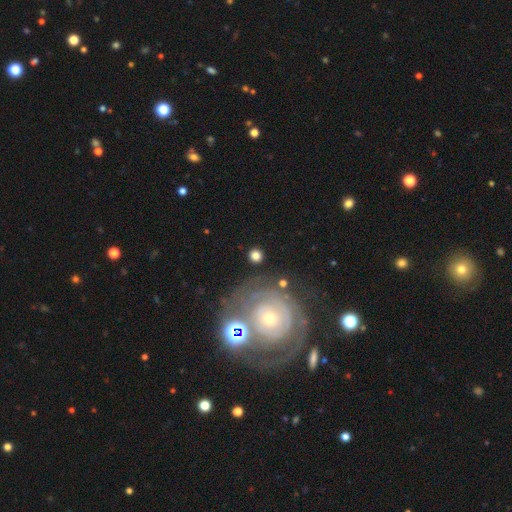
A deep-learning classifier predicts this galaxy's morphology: Smooth or featured? smooth (67%)
How rounded? round (86%)
Merging? none (82%)